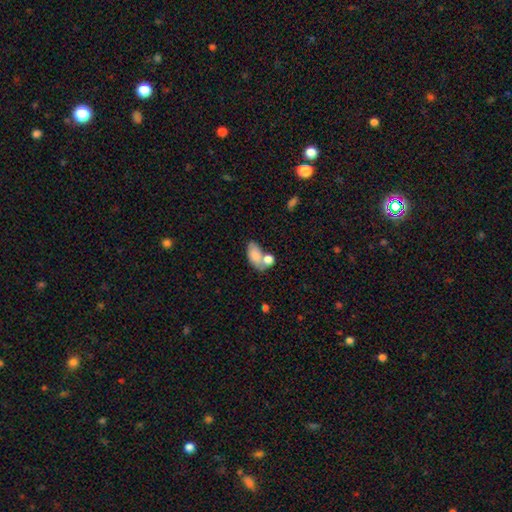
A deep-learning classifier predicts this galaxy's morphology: A smooth galaxy with no disk features (78%) that is in between round and cigar-shaped (91%).

Vote fractions:
- Smooth or featured? smooth: 78% / featured or disk: 15% / star or artifact: 8%
- How rounded? in between: 91% / round: 7% / cigar-shaped: 2%
- Merging? merger: 45% / none: 32% / minor disturbance: 15% / major disturbance: 8%